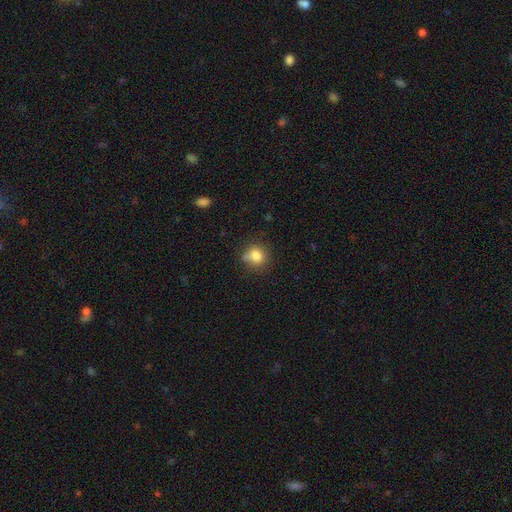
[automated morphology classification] Q: Smooth or featured?
A: smooth (82%); runner-up: star or artifact (11%)
Q: How rounded?
A: round (80%); runner-up: in between (19%)
Q: Merging?
A: none (67%); runner-up: minor disturbance (22%)